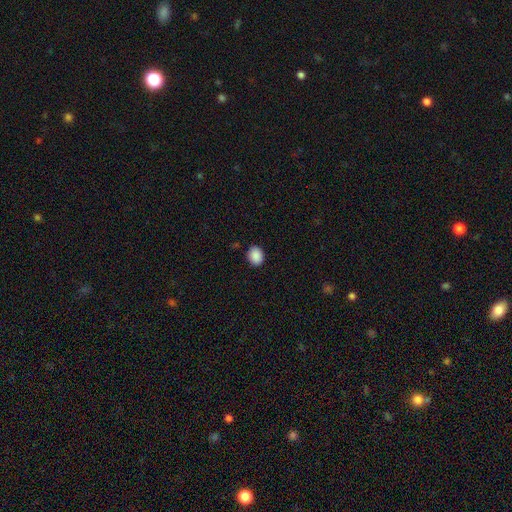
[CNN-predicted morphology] Smooth or featured? smooth (89%)
How rounded? round (53%)
Merging? none (88%)